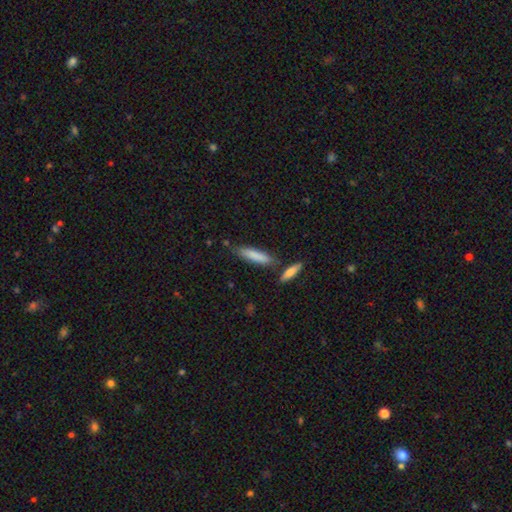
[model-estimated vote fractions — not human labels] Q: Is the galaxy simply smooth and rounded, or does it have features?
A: smooth — 82%.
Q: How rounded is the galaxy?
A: cigar-shaped — 76%.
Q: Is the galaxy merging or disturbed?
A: none — 73%.